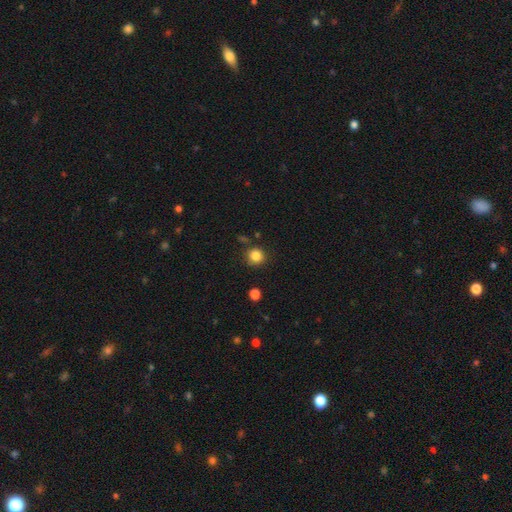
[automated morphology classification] A smooth galaxy with no disk features (85%) that is round (92%).

Vote fractions:
- Smooth or featured? smooth: 85% / star or artifact: 11% / featured or disk: 4%
- How rounded? round: 92% / in between: 7% / cigar-shaped: 1%
- Merging? none: 85% / minor disturbance: 9% / merger: 3% / major disturbance: 3%